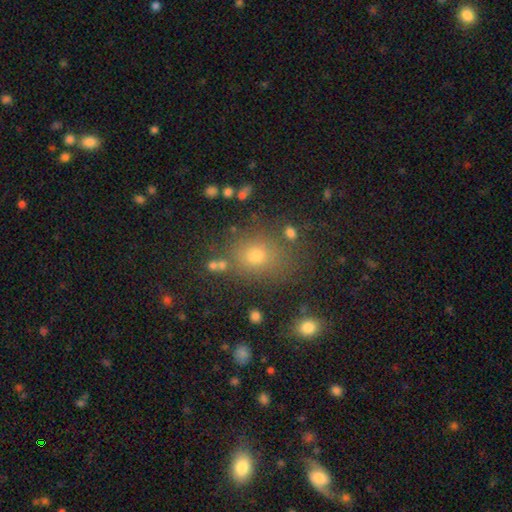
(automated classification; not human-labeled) Smooth or featured: smooth — 69% (star or artifact — 21%)
How rounded: round — 59% (in between — 40%)
Merging: none — 75% (minor disturbance — 13%)